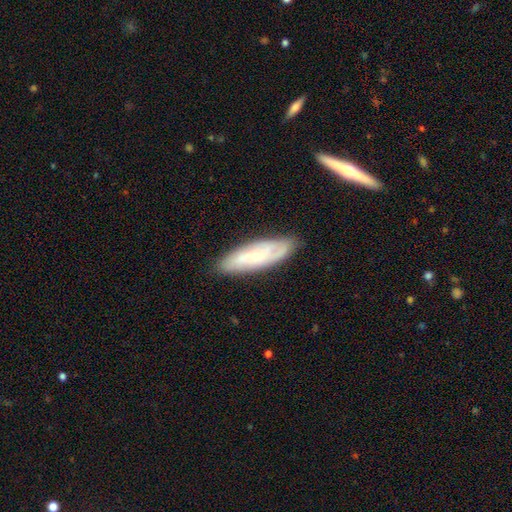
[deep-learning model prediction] This is possibly a featured or disk galaxy (57%). It is likely not viewed edge-on (76%). Merging: clearly none (82%).